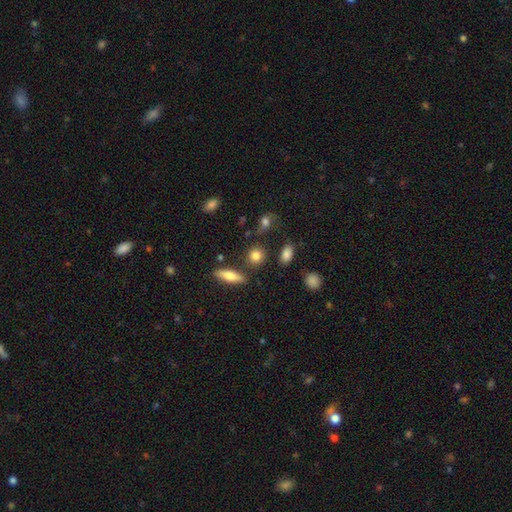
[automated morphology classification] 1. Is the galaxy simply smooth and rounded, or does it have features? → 79% smooth, 10% star or artifact, 10% featured or disk.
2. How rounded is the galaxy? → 66% round, 26% in between, 7% cigar-shaped.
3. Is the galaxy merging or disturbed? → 79% none, 12% minor disturbance, 6% merger, 4% major disturbance.